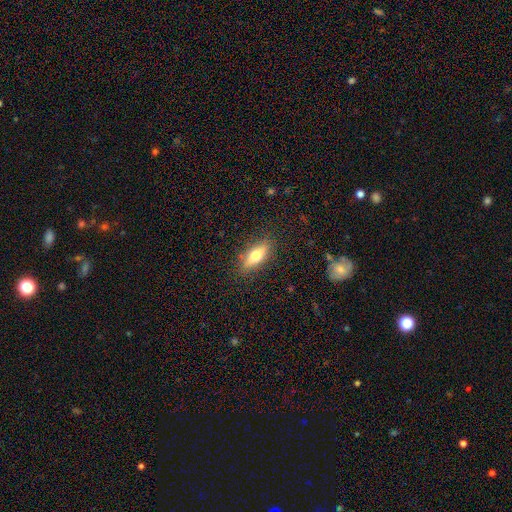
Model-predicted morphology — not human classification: Smooth or featured? Predicted: smooth (p=0.58). How rounded? Predicted: in between (p=0.56). Merging? Predicted: none (p=0.86).